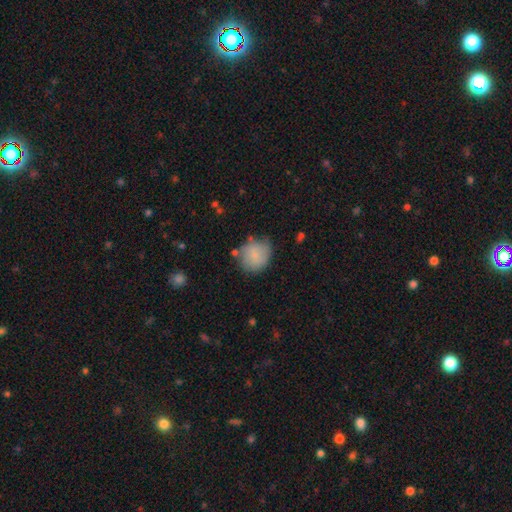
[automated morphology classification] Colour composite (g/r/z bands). It shows a smooth galaxy with no disk features (80%) that is round (79%). Merging: none (65%).